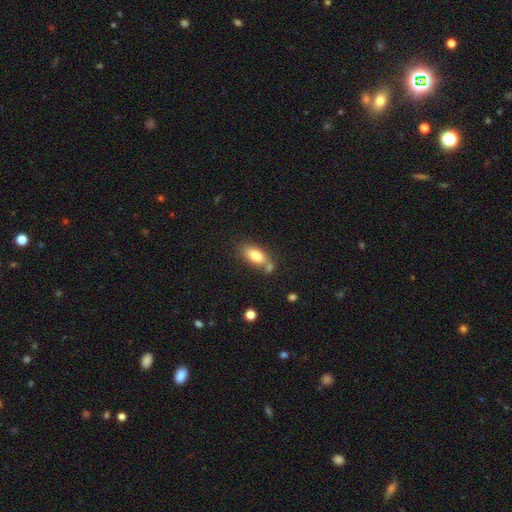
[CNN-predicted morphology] Overall: smooth (79%). How rounded: in between (87%). Merging: none (57%; merger 21%).